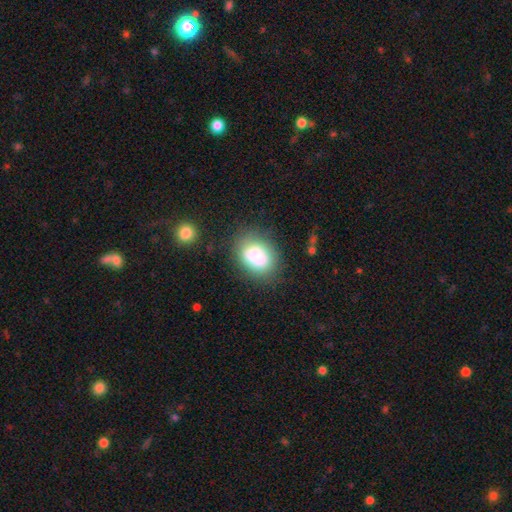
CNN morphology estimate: Overall: smooth (75%). How rounded: in between (65%; round 34%). Merging: none (57%; minor disturbance 21%).